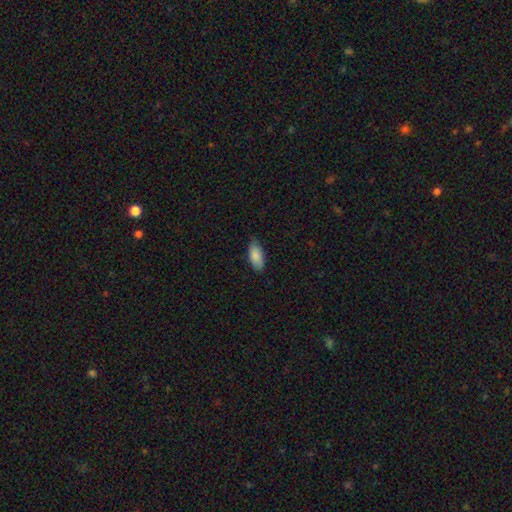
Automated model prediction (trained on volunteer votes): Smooth or featured? smooth (87%)
How rounded? in between (86%)
Merging? none (80%)